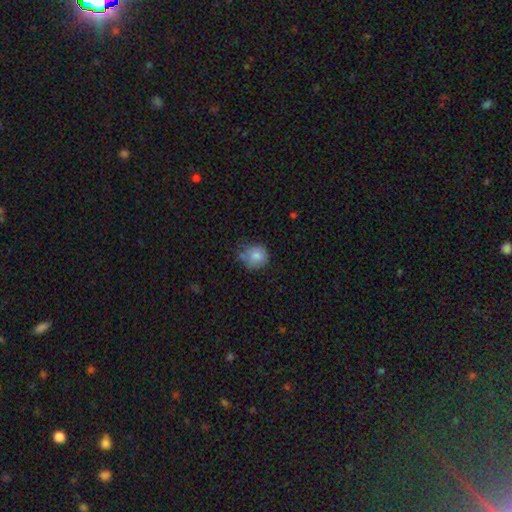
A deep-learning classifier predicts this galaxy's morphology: This appears to be a smooth galaxy with no disk features (82%) that is round (86%). Merging: none (59%).